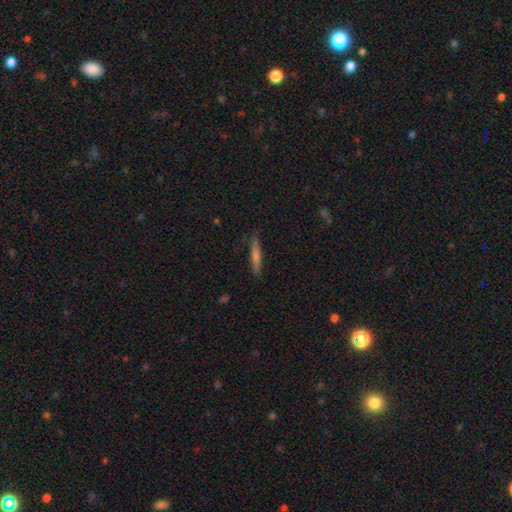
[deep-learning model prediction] Smooth or featured? smooth (53%)
How rounded? cigar-shaped (93%)
Merging? none (87%)